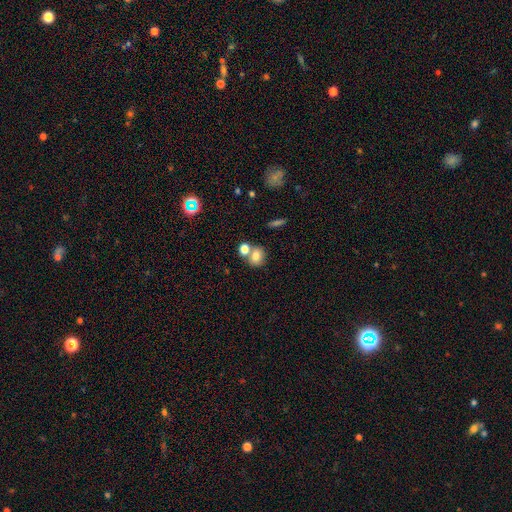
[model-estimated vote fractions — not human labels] This is likely a smooth galaxy (77%). How rounded: likely round (63%). Merging: possibly none (52%).